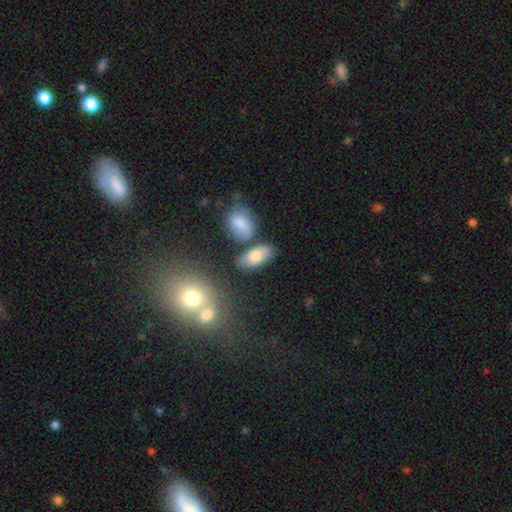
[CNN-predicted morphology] type=smooth (76%); roundness=in between (90%); merging=none (70%).